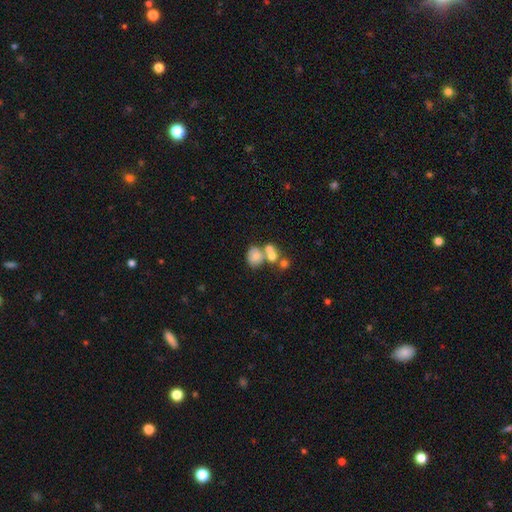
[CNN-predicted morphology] The model was most divided on "how rounded": round: 57%, in between: 42%, cigar-shaped: 1%. More confident: smooth or featured — smooth (66%); merging — merger (52%).